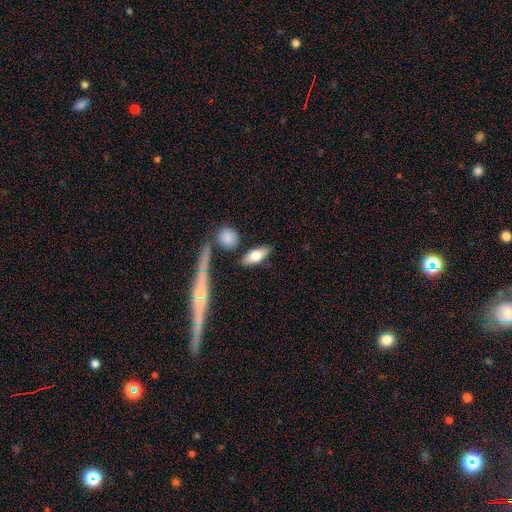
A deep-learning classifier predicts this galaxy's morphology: Smooth or featured?
  - smooth: 68% *
  - featured or disk: 25%
  - star or artifact: 6%
How rounded?
  - in between: 69% *
  - cigar-shaped: 28%
  - round: 4%
Merging?
  - none: 79% *
  - minor disturbance: 12%
  - merger: 5%
  - major disturbance: 3%